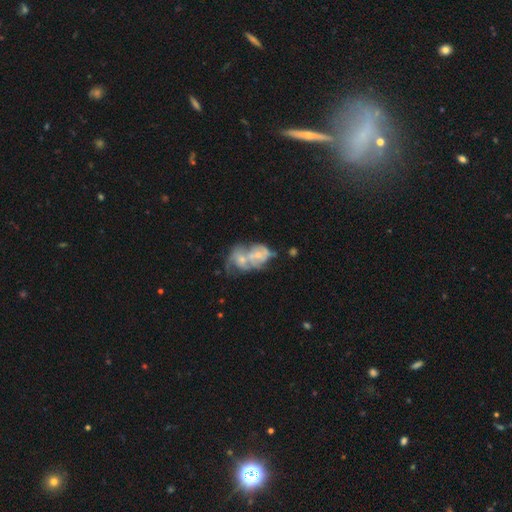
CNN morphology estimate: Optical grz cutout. It shows a featured or disk galaxy (66%) with no bar (73%), spiral arms (67%) and a small central bulge (52%). Merging: merger (71%).